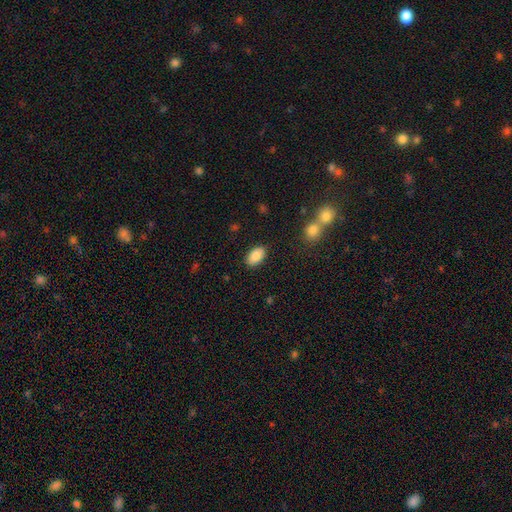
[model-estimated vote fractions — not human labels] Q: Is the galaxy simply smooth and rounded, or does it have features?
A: smooth — 87%.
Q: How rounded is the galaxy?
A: in between — 93%.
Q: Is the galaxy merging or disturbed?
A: none — 86%.